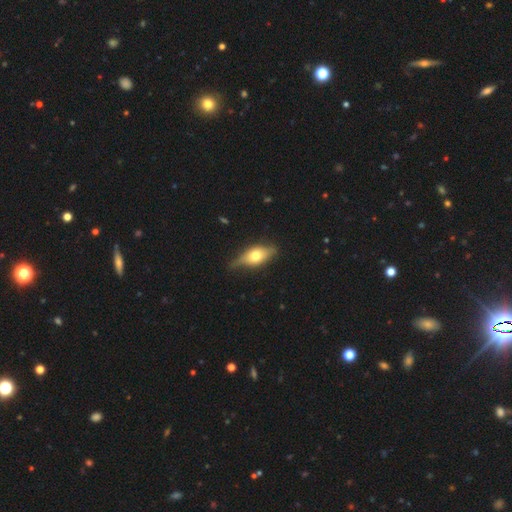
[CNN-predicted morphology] Overall: smooth (47%; featured or disk 46%). Merging: none (72%).